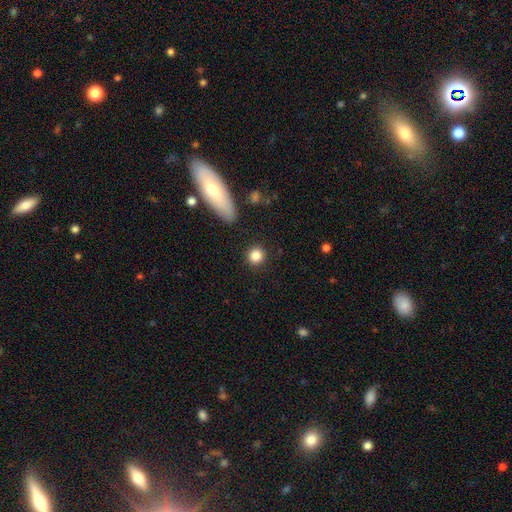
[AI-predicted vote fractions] Overall: smooth (85%). How rounded: round (90%). Merging: none (89%).